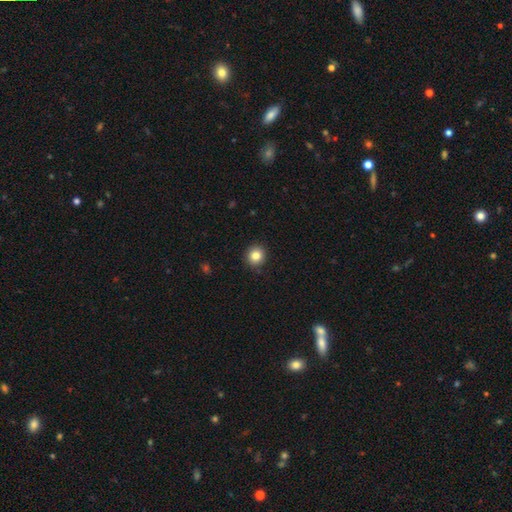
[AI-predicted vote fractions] A smooth galaxy with no disk features (83%) that is round (88%).

Vote fractions:
- Smooth or featured? smooth: 83% / star or artifact: 10% / featured or disk: 6%
- How rounded? round: 88% / in between: 11% / cigar-shaped: 1%
- Merging? none: 91% / minor disturbance: 7% / major disturbance: 2% / merger: 1%